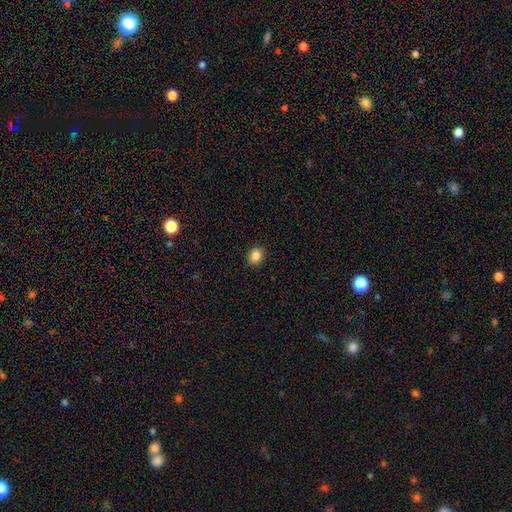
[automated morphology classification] smooth_or_featured: smooth (p=0.86) [alt: star or artifact p=0.10]
how_rounded: round (p=0.52) [alt: in between p=0.47]
merging: none (p=0.90) [alt: minor disturbance p=0.07]